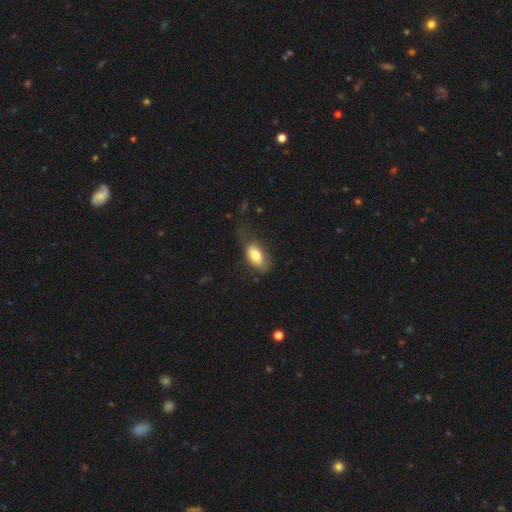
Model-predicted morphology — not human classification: type=smooth (74%); roundness=in between (90%); merging=none (44%).